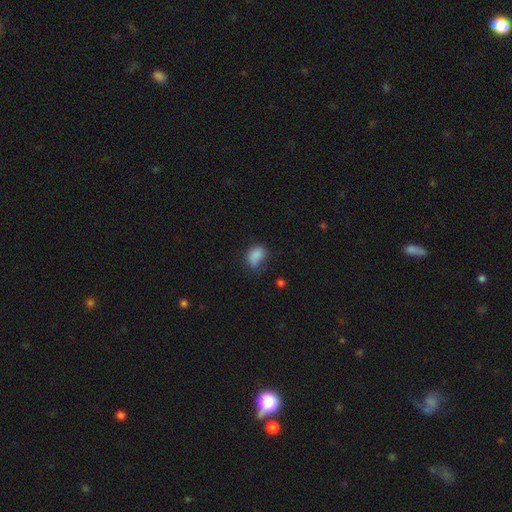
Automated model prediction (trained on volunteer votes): smooth_or_featured: smooth (p=0.85) [alt: star or artifact p=0.10]
how_rounded: in between (p=0.76) [alt: round p=0.22]
merging: none (p=0.56) [alt: minor disturbance p=0.30]